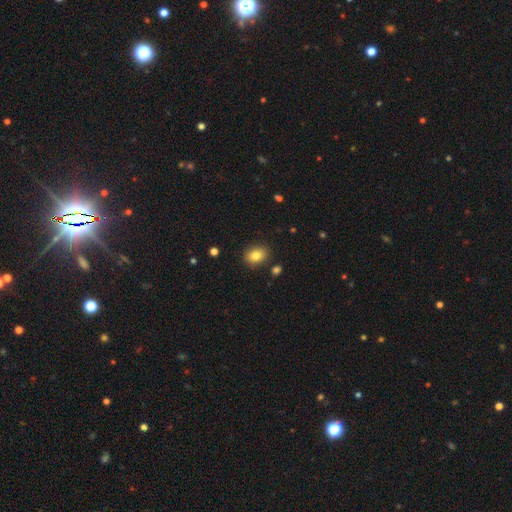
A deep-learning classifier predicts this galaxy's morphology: smooth_or_featured: smooth (p=0.83) [alt: star or artifact p=0.09]
how_rounded: in between (p=0.66) [alt: round p=0.33]
merging: none (p=0.86) [alt: minor disturbance p=0.09]